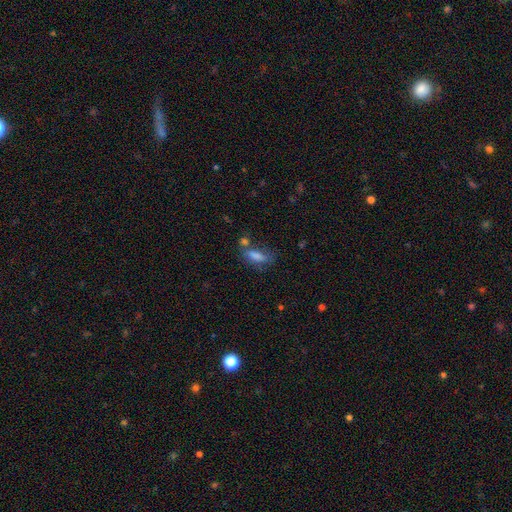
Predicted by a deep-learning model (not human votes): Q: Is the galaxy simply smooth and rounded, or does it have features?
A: smooth — 75%.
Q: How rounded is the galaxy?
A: in between — 63%.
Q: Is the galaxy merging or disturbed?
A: none — 49%.